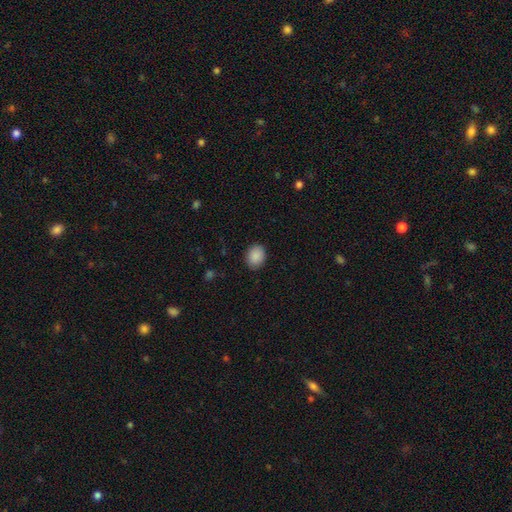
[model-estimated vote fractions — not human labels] Smooth or featured?
  - smooth: 89% *
  - star or artifact: 8%
  - featured or disk: 3%
How rounded?
  - in between: 54% *
  - round: 45%
  - cigar-shaped: 1%
Merging?
  - none: 88% *
  - minor disturbance: 9%
  - major disturbance: 2%
  - merger: 1%